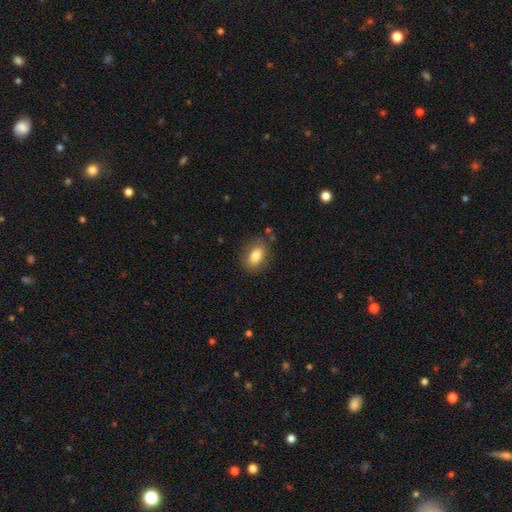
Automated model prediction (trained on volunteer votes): Smooth or featured: smooth — 83% (featured or disk — 10%)
How rounded: in between — 86% (round — 12%)
Merging: none — 80% (minor disturbance — 14%)